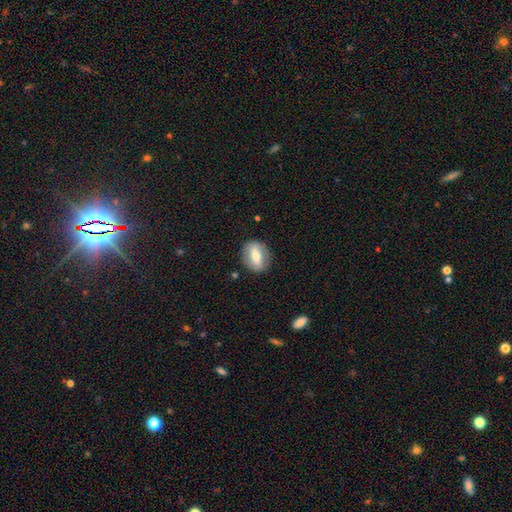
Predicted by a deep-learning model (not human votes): A smooth galaxy with no disk features (49%). Merging: none (83%).